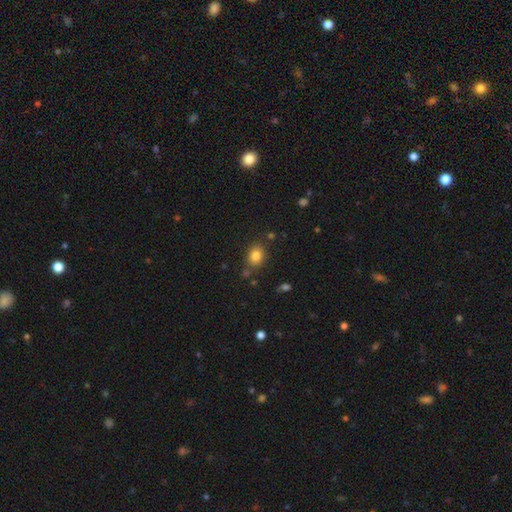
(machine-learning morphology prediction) The model was most divided on "how rounded": in between: 54%, round: 45%, cigar-shaped: 1%. More confident: smooth or featured — smooth (82%); merging — none (78%).